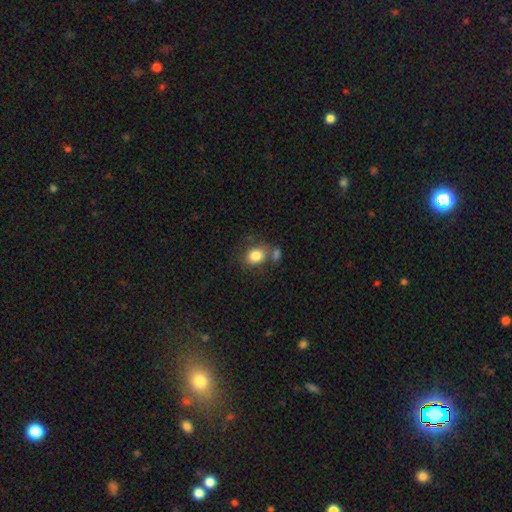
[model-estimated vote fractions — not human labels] Q: Smooth or featured?
A: smooth (82%); runner-up: star or artifact (9%)
Q: How rounded?
A: round (51%); runner-up: in between (47%)
Q: Merging?
A: none (57%); runner-up: merger (20%)